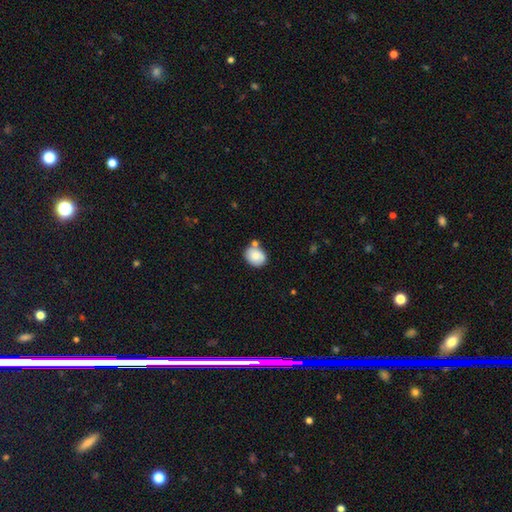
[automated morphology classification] The model was most divided on "how rounded": round: 52%, in between: 47%, cigar-shaped: 1%. More confident: smooth or featured — smooth (78%); merging — none (60%).